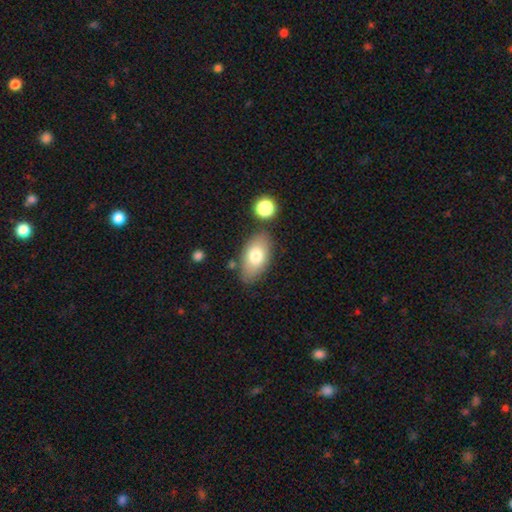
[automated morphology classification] type=smooth (75%); roundness=in between (92%); merging=none (77%).